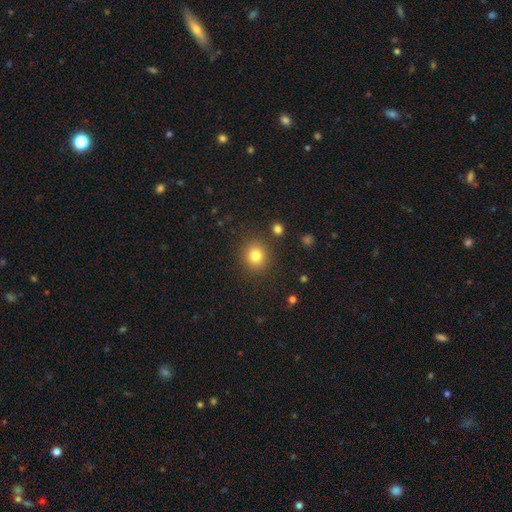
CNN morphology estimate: smooth-or-featured: smooth: 81% | star or artifact: 13% | featured or disk: 7%
  how-rounded: round: 86% | in between: 13% | cigar-shaped: 1%
  merging: none: 87% | minor disturbance: 8% | major disturbance: 3% | merger: 3%